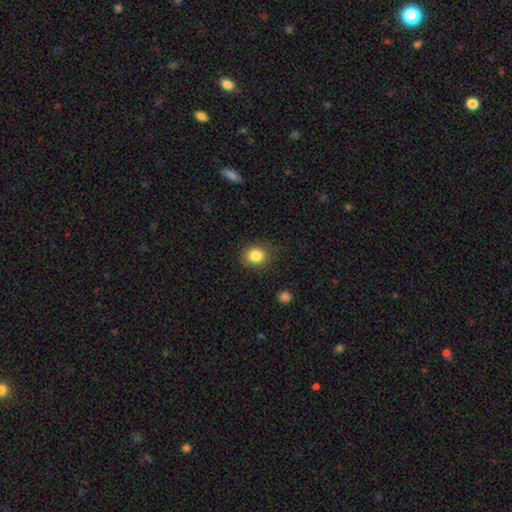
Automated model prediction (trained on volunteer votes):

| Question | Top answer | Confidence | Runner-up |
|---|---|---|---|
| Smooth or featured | smooth | 84% | star or artifact (10%) |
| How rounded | round | 63% | in between (36%) |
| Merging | none | 80% | minor disturbance (14%) |